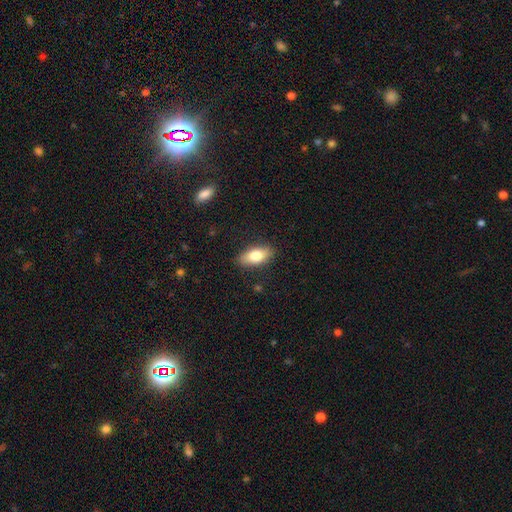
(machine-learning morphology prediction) A smooth galaxy with no disk features (76%) that is in between round and cigar-shaped (85%). Merging: none (87%).